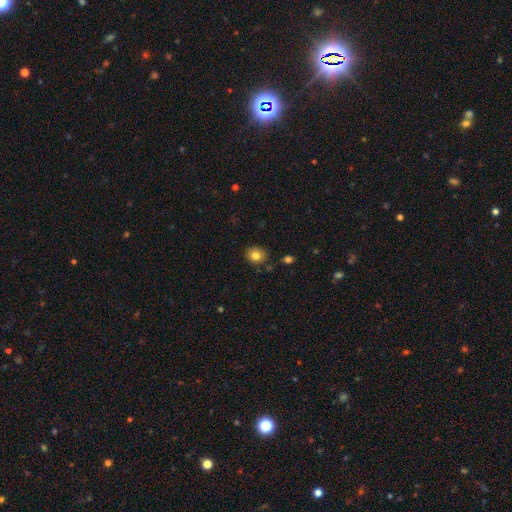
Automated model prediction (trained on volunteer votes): Q: Smooth or featured?
A: smooth (82%); runner-up: star or artifact (11%)
Q: How rounded?
A: round (75%); runner-up: in between (24%)
Q: Merging?
A: none (85%); runner-up: minor disturbance (10%)